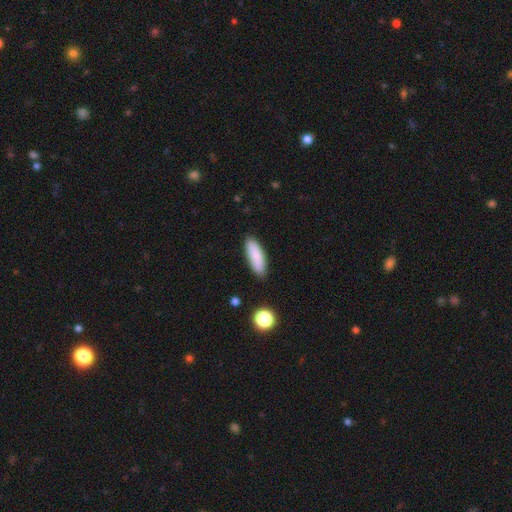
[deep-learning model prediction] Overall: smooth (84%). How rounded: in between (56%; cigar-shaped 42%). Merging: none (85%).